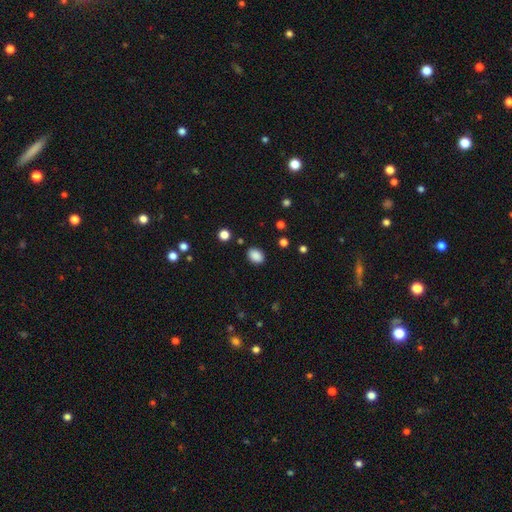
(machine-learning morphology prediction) Smooth or featured? smooth (87%)
How rounded? in between (73%)
Merging? none (86%)